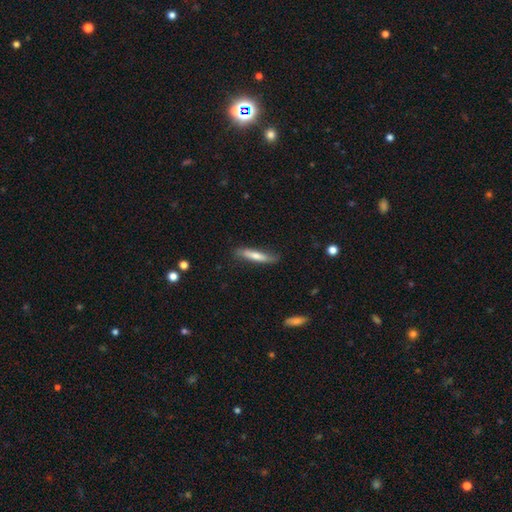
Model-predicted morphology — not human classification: Smooth or featured?
  - smooth: 61% *
  - featured or disk: 33%
  - star or artifact: 6%
How rounded?
  - cigar-shaped: 87% *
  - in between: 11%
  - round: 1%
Merging?
  - none: 80% *
  - minor disturbance: 15%
  - major disturbance: 3%
  - merger: 1%